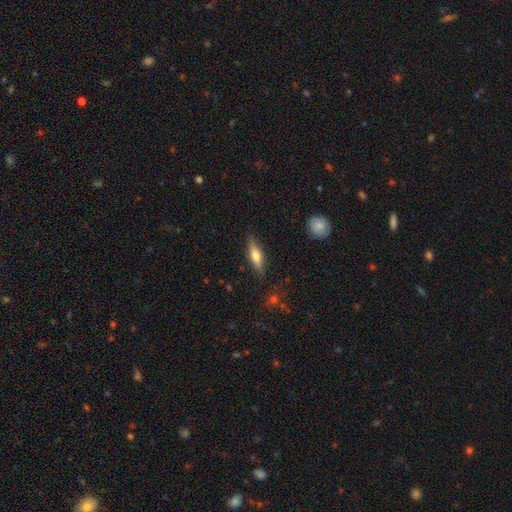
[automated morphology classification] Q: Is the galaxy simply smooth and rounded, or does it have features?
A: featured or disk — 52%.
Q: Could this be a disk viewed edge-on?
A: yes — 93%.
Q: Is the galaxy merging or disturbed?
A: none — 84%.